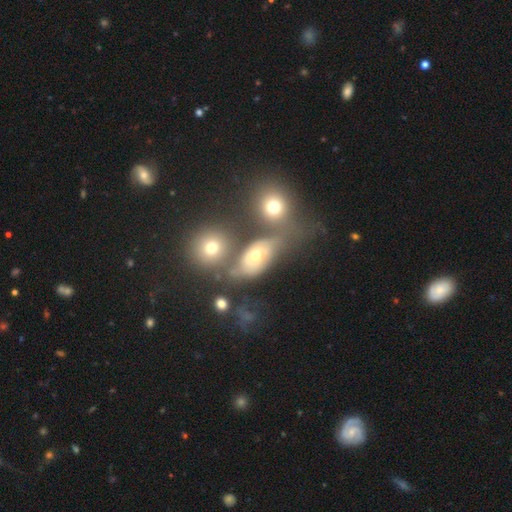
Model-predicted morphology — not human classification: The model was most divided on "merging": none: 44%, merger: 29%, minor disturbance: 15%, major disturbance: 12%. More confident: how rounded — in between (66%); smooth or featured — smooth (54%).